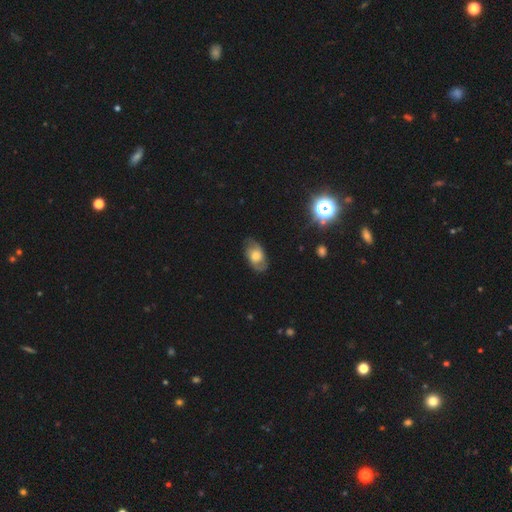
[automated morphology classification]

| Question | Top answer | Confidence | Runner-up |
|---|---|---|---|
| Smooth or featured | featured or disk | 49% | smooth (42%) |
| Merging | none | 76% | minor disturbance (17%) |